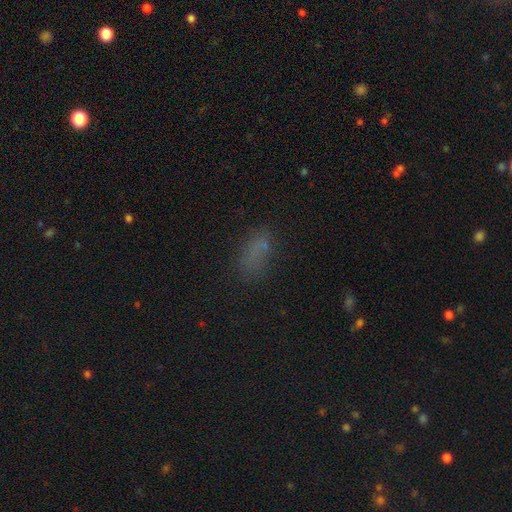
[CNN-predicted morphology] The model was most divided on "smooth or featured": smooth: 68%, star or artifact: 24%, featured or disk: 8%. More confident: how rounded — in between (84%); merging — none (74%).